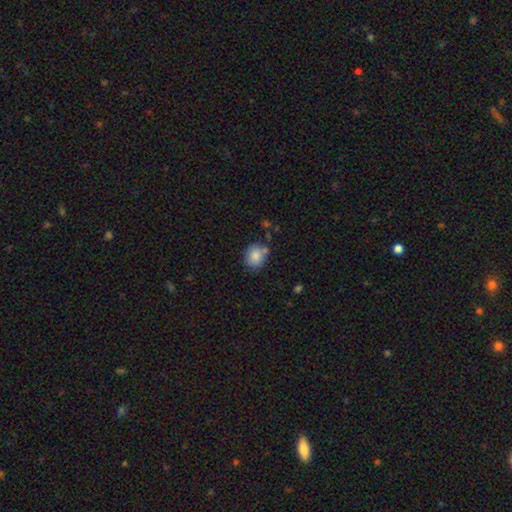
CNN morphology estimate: Smooth or featured? smooth (84%)
How rounded? round (66%)
Merging? none (69%)